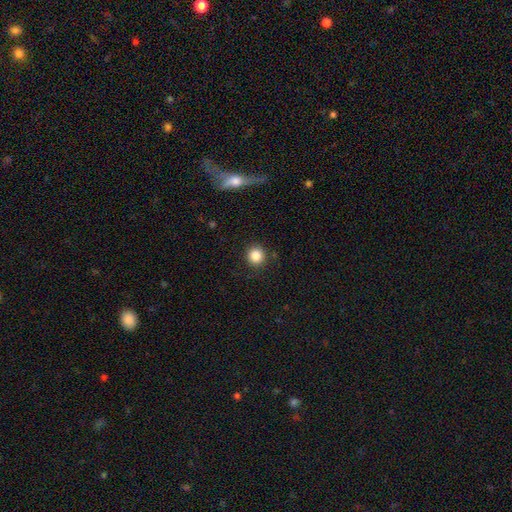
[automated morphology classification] smooth-or-featured: smooth: 85% | star or artifact: 10% | featured or disk: 5%
  how-rounded: round: 93% | in between: 6% | cigar-shaped: 1%
  merging: none: 90% | minor disturbance: 7% | major disturbance: 2% | merger: 1%